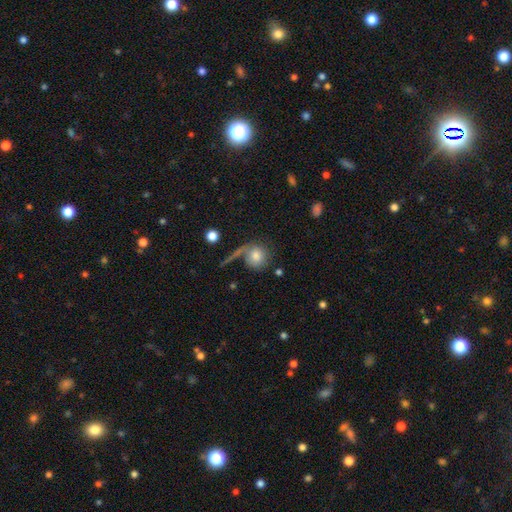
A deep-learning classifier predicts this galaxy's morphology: smooth_or_featured: smooth (p=0.73) [alt: featured or disk p=0.19]
how_rounded: round (p=0.84) [alt: in between p=0.14]
merging: none (p=0.51) [alt: merger p=0.17]